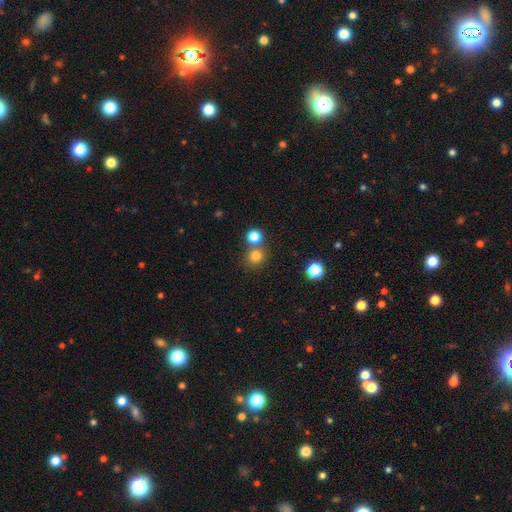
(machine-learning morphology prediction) smooth-or-featured: smooth: 79% | star or artifact: 15% | featured or disk: 6%
  how-rounded: round: 89% | in between: 10% | cigar-shaped: 1%
  merging: none: 63% | merger: 28% | minor disturbance: 6% | major disturbance: 3%